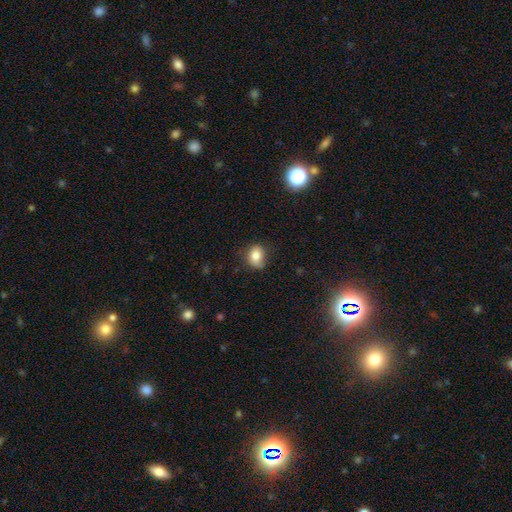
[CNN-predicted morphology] A smooth galaxy with no disk features (78%) that is round (52%). Merging: none (64%).